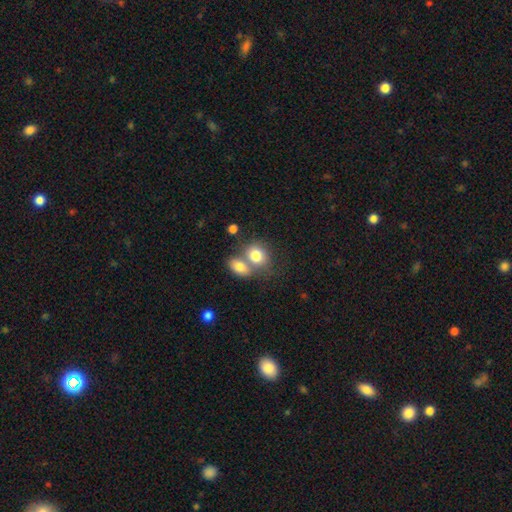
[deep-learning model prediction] Smooth or featured: smooth — 79% (featured or disk — 13%)
How rounded: round — 49% (tied with in between — 49%)
Merging: merger — 55% (none — 32%)